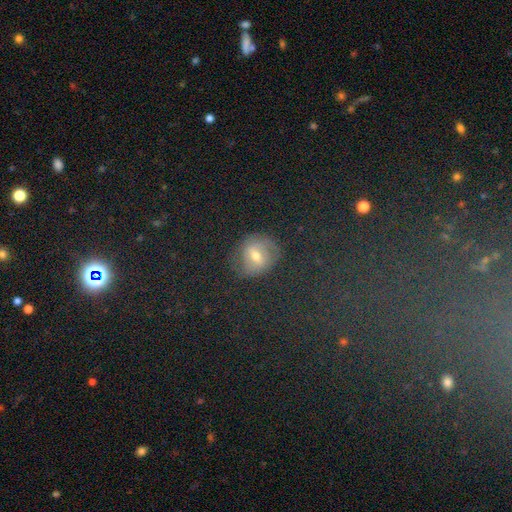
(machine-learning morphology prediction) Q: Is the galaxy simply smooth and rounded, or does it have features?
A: smooth — 40%.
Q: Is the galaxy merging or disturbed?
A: none — 76%.